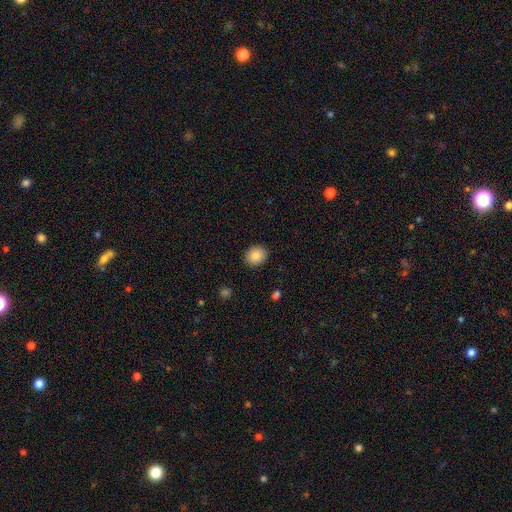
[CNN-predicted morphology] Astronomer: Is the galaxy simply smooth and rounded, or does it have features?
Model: smooth — 86%.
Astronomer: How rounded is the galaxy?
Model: round — 70%.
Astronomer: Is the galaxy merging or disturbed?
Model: none — 90%.